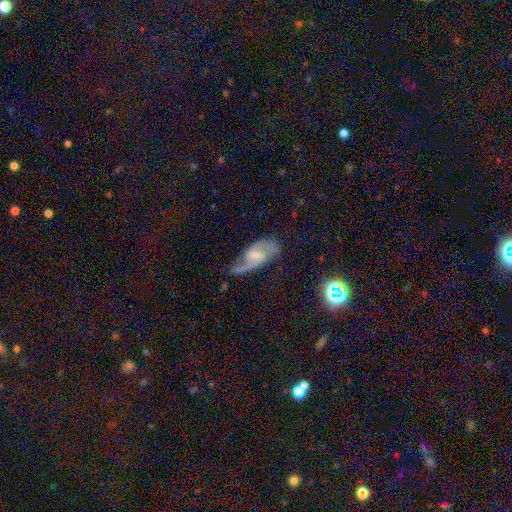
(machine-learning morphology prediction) Overall: featured or disk (81%). Edge-on disk: no (96%). Bar: weak (55%; no 29%). Spiral arms: yes (95%). Spiral arm count: 2 (84%). Spiral winding: medium (45%; loose 41%). Bulge size: small (51%; moderate 32%). Merging: none (58%; minor disturbance 24%).